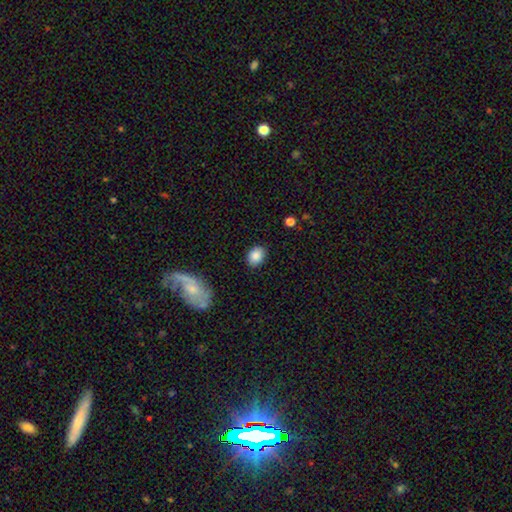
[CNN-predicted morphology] A smooth galaxy with no disk features (85%) that is in between round and cigar-shaped (64%).

Vote fractions:
- Smooth or featured? smooth: 85% / star or artifact: 8% / featured or disk: 6%
- How rounded? in between: 64% / round: 35% / cigar-shaped: 1%
- Merging? none: 85% / minor disturbance: 11% / major disturbance: 3% / merger: 1%